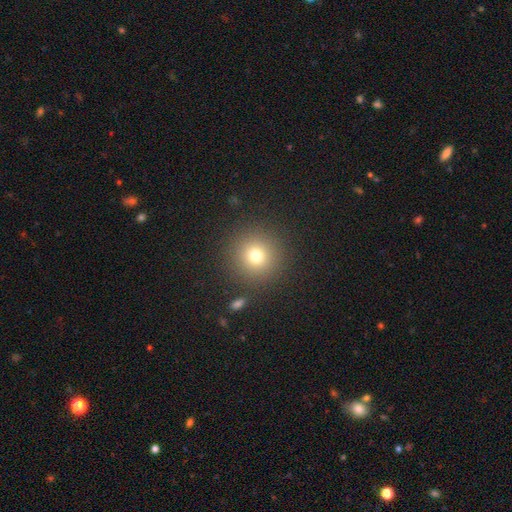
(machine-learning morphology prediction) Q: Smooth or featured?
A: smooth (74%); runner-up: star or artifact (16%)
Q: How rounded?
A: round (95%); runner-up: in between (4%)
Q: Merging?
A: none (89%); runner-up: minor disturbance (6%)